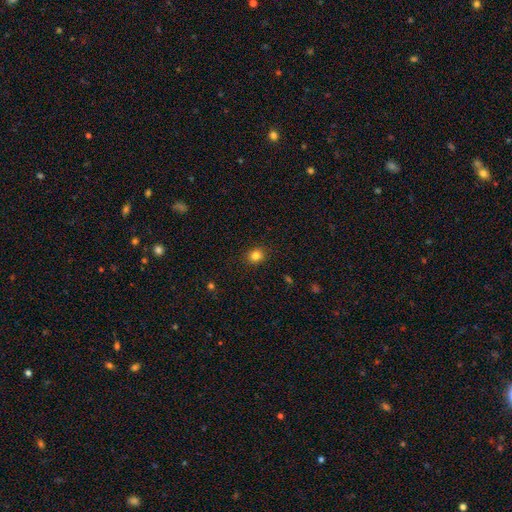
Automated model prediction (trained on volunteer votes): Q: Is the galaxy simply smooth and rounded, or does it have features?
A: smooth — 83%.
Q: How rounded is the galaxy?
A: round — 75%.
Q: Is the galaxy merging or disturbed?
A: none — 90%.